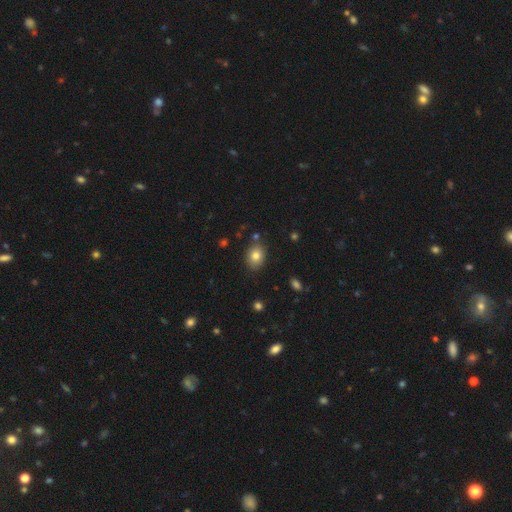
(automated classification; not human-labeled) Overall: smooth (80%). How rounded: in between (61%; round 38%). Merging: none (83%).